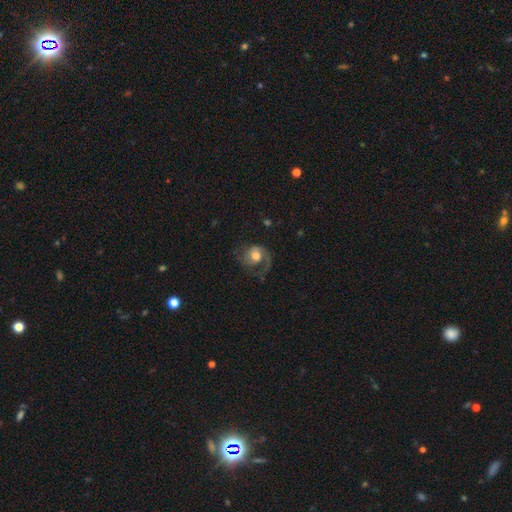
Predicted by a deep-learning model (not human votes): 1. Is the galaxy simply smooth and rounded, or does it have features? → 70% featured or disk, 23% smooth, 7% star or artifact.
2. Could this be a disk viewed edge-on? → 97% no, 3% yes.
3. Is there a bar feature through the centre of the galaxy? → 71% no, 24% weak, 5% strong.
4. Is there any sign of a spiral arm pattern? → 92% yes, 8% no.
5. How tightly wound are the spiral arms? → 43% medium, 33% loose, 24% tight.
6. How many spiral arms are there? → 52% 1, 40% 2, 5% can't tell, 2% 3, 1% 4, 1% more than 4.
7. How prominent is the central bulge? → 63% moderate, 23% large, 11% small, 2% dominant, 2% none.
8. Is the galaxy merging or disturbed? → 50% none, 29% major disturbance, 19% minor disturbance, 2% merger.